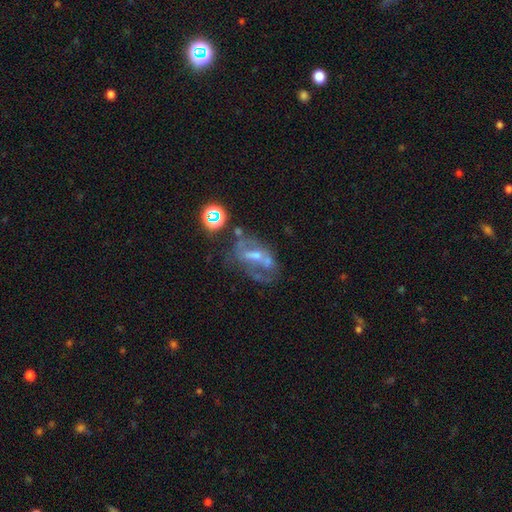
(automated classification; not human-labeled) Smooth or featured? featured or disk (65%)
Edge-on disk? no (93%)
Bar? no (41%)
Spiral arms? no (54%)
Bulge size? small (44%)
Merging? none (38%)